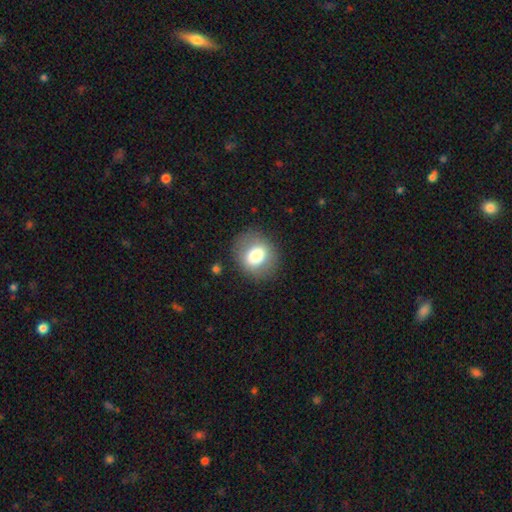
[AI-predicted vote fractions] Smooth or featured? smooth (70%)
How rounded? round (69%)
Merging? none (84%)